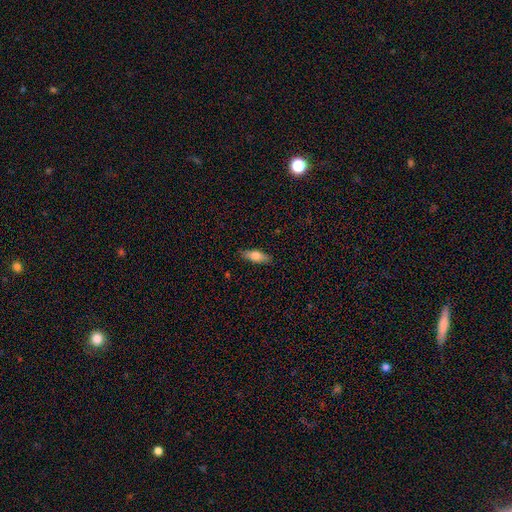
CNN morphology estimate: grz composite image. It shows a smooth galaxy with no disk features (70%) that is in between round and cigar-shaped (63%). Merging: none (87%).